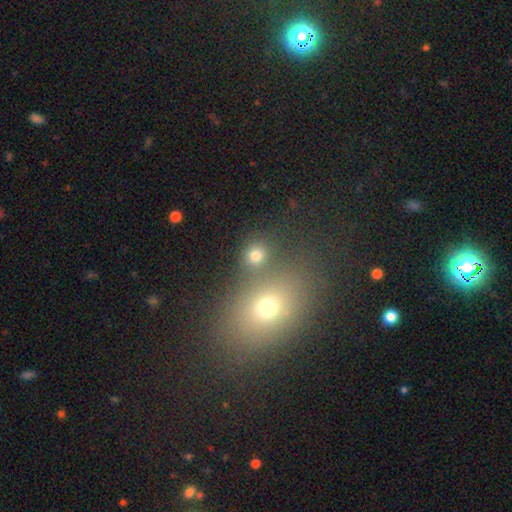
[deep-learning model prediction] Q: Smooth or featured?
A: smooth (75%); runner-up: star or artifact (17%)
Q: How rounded?
A: round (81%); runner-up: in between (18%)
Q: Merging?
A: none (68%); runner-up: merger (22%)